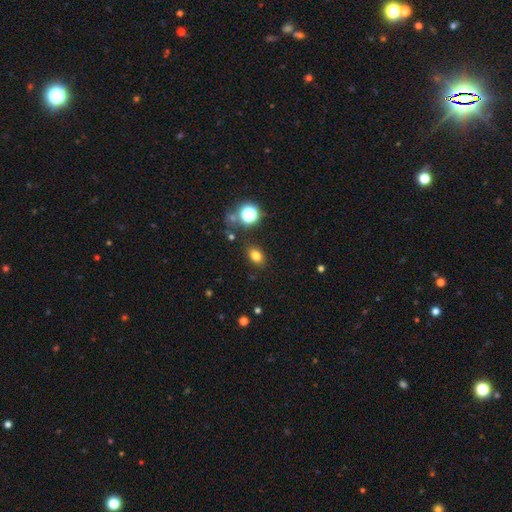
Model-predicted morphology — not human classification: Smooth or featured?
  - smooth: 77% *
  - star or artifact: 15%
  - featured or disk: 8%
How rounded?
  - in between: 73% *
  - round: 25%
  - cigar-shaped: 1%
Merging?
  - none: 84% *
  - minor disturbance: 10%
  - major disturbance: 3%
  - merger: 3%